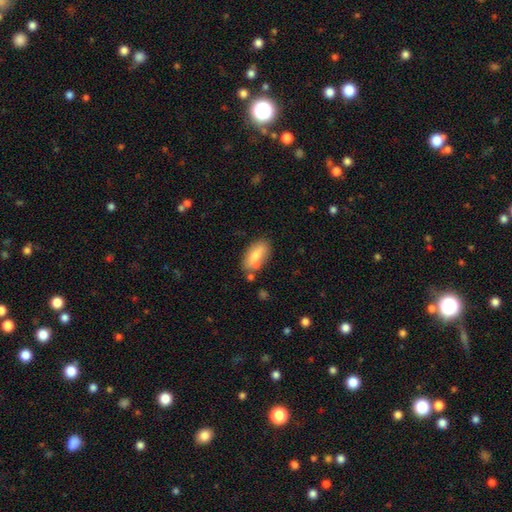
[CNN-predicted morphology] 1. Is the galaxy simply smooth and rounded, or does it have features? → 73% smooth, 20% featured or disk, 7% star or artifact.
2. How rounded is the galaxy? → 88% in between, 8% cigar-shaped, 3% round.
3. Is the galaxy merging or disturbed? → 73% none, 16% minor disturbance, 8% merger, 4% major disturbance.